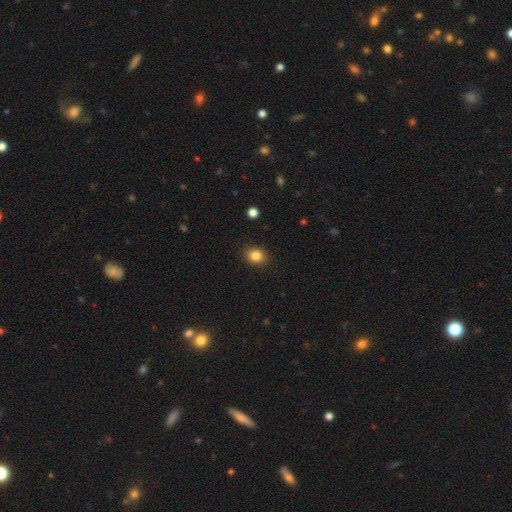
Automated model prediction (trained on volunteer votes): The model was most divided on "how rounded": in between: 51%, round: 48%, cigar-shaped: 1%. More confident: merging — none (89%); smooth or featured — smooth (85%).